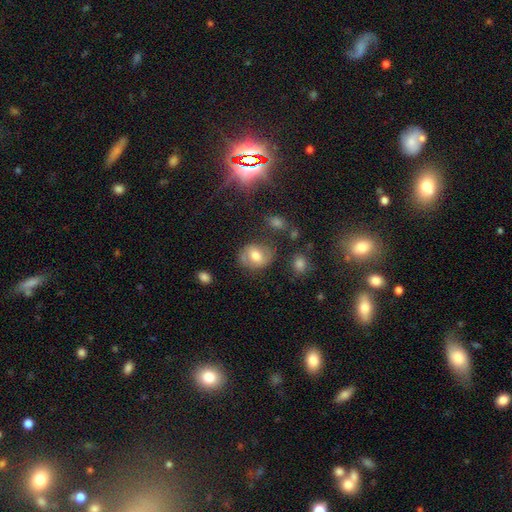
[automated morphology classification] smooth 59%, featured or disk 32%, star or artifact 9%. Down the decision tree: how rounded — round (50%); merging — none (72%).